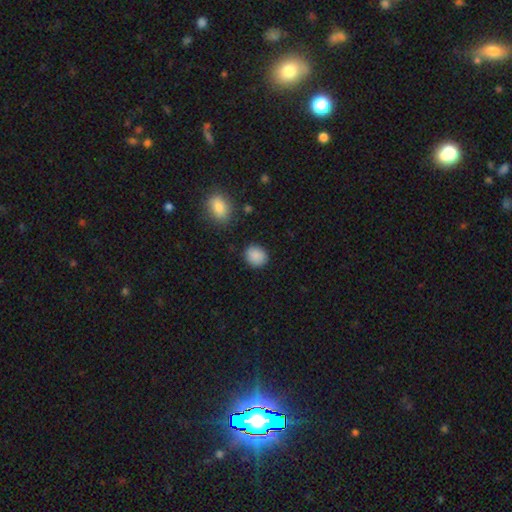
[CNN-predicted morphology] smooth 87%, star or artifact 8%, featured or disk 4%. Down the decision tree: how rounded — round (72%); merging — none (86%).